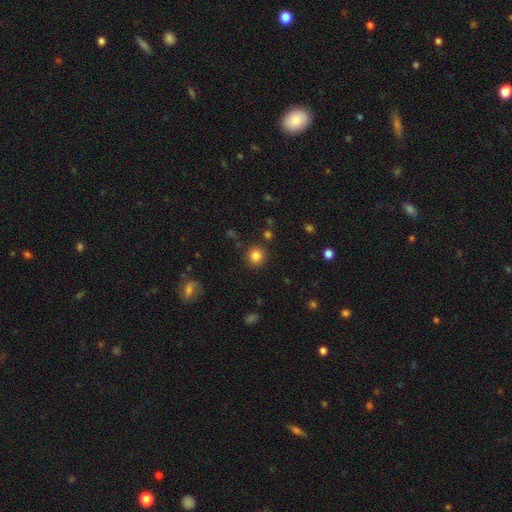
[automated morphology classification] Smooth or featured?
  - smooth: 84% *
  - star or artifact: 11%
  - featured or disk: 5%
How rounded?
  - round: 92% *
  - in between: 7%
  - cigar-shaped: 1%
Merging?
  - none: 89% *
  - minor disturbance: 6%
  - major disturbance: 2%
  - merger: 2%